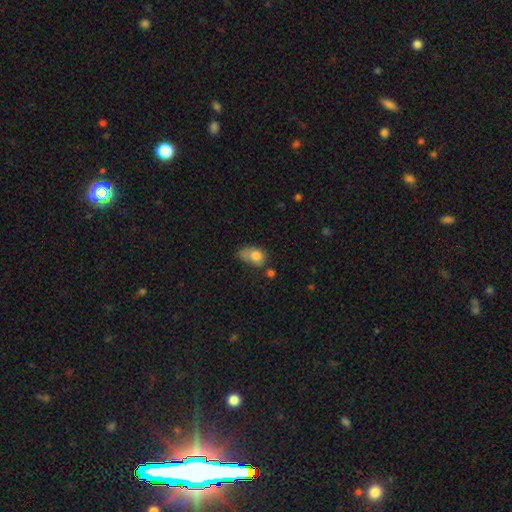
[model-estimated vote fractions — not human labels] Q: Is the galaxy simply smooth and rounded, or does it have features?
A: smooth — 76%.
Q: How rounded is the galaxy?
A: in between — 76%.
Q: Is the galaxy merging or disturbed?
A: minor disturbance — 36%.